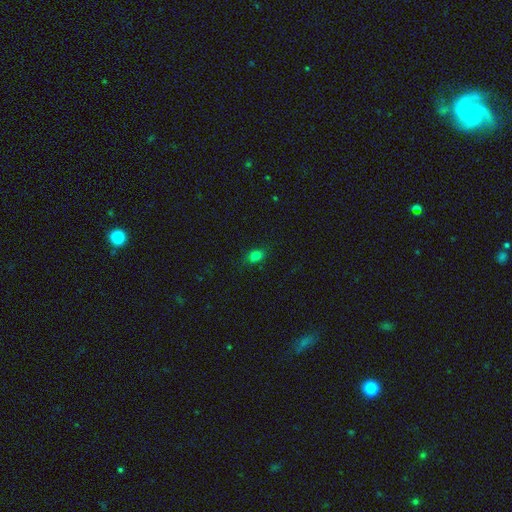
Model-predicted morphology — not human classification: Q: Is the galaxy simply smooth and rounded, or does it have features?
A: smooth — 78%.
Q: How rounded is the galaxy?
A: in between — 65%.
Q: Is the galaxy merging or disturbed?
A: none — 81%.